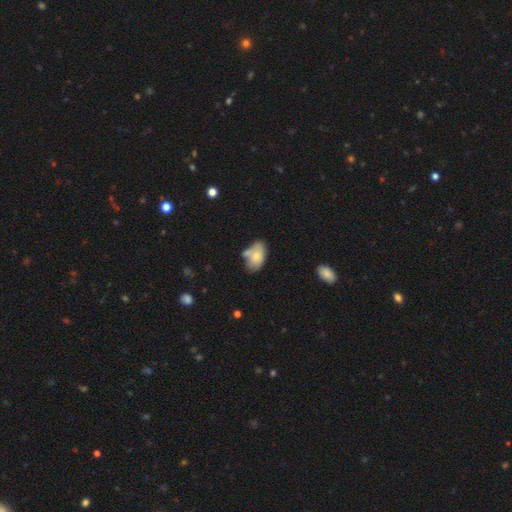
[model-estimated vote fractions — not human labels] Q: Smooth or featured?
A: smooth (75%); runner-up: featured or disk (18%)
Q: How rounded?
A: in between (92%); runner-up: round (6%)
Q: Merging?
A: none (45%); runner-up: minor disturbance (26%)